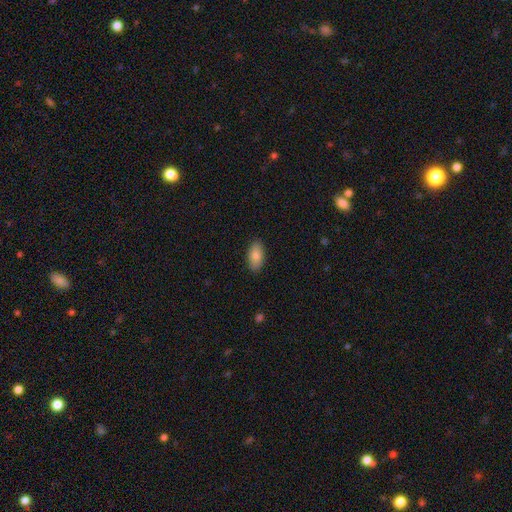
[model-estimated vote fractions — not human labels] A smooth galaxy with no disk features (83%) that is in between round and cigar-shaped (93%). Merging: none (88%).